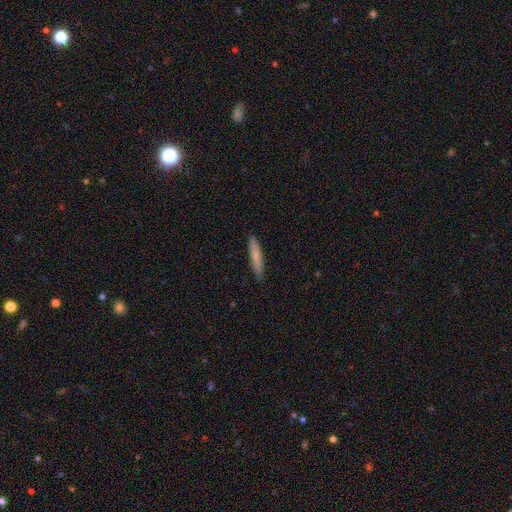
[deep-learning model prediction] A smooth galaxy with no disk features (76%) that is cigar-shaped (91%). Merging: none (88%).